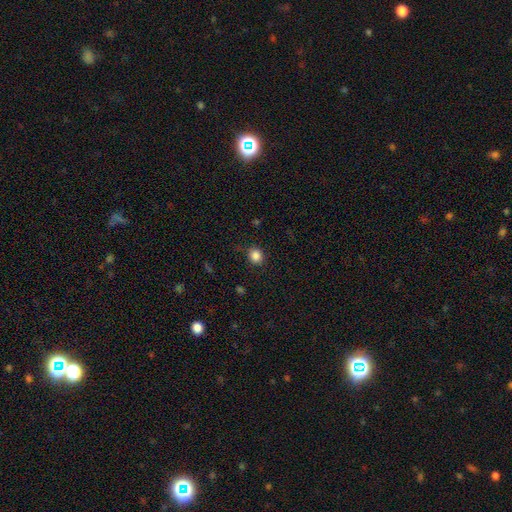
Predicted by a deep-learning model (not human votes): The model was most divided on "how rounded": round: 78%, in between: 21%, cigar-shaped: 1%. More confident: merging — none (86%); smooth or featured — smooth (85%).